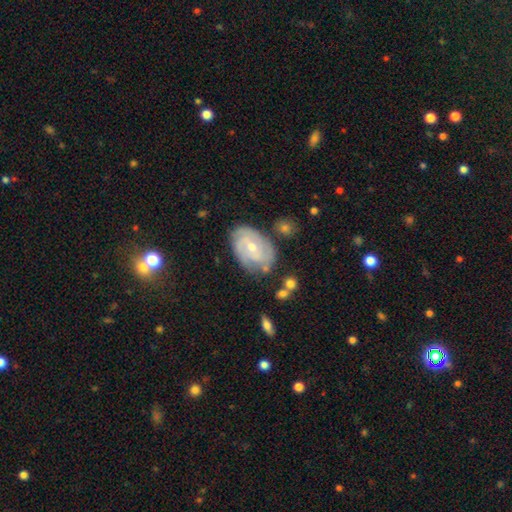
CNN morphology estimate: type=featured or disk (69%); edge-on=no (96%); bar=no (60%); spiral arms=yes (80%); winding=tight (56%); arm count=can't tell (40%); bulge=moderate (51%); merging=none (66%).